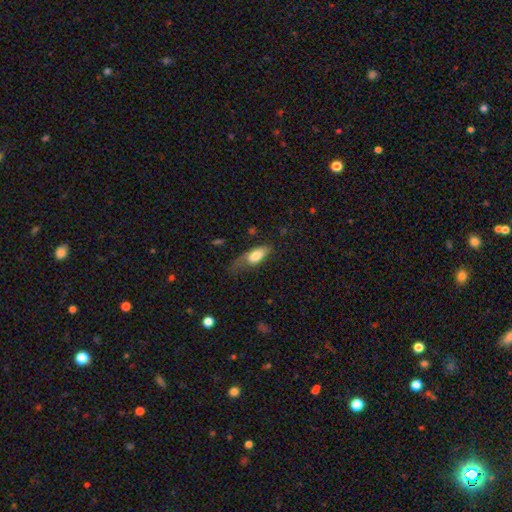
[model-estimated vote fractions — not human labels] smooth-or-featured: smooth: 74% | featured or disk: 20% | star or artifact: 7%
  how-rounded: in between: 82% | cigar-shaped: 14% | round: 4%
  merging: none: 35% | major disturbance: 31% | minor disturbance: 31% | merger: 3%